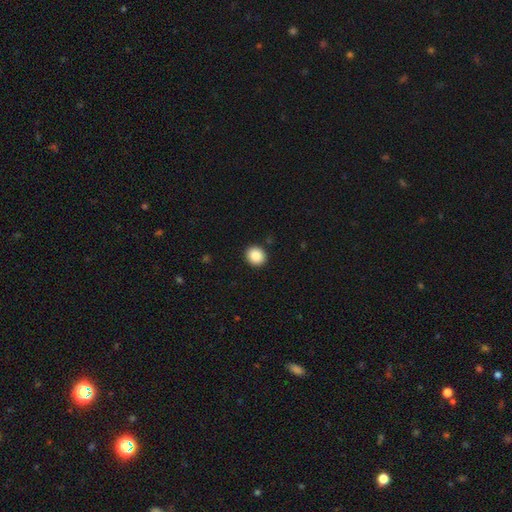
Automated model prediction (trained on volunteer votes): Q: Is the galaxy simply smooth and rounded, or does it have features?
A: smooth — 87%.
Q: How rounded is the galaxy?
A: round — 82%.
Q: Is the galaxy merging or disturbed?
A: none — 92%.